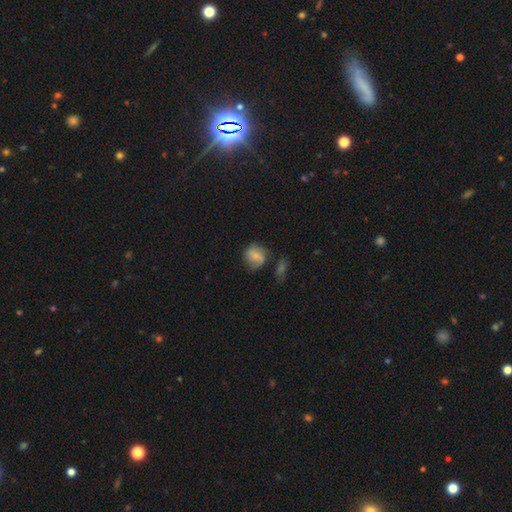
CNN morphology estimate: Smooth or featured?
  - smooth: 64% *
  - featured or disk: 27%
  - star or artifact: 9%
How rounded?
  - round: 68% *
  - in between: 31%
  - cigar-shaped: 1%
Merging?
  - none: 52% *
  - minor disturbance: 25%
  - merger: 12%
  - major disturbance: 11%